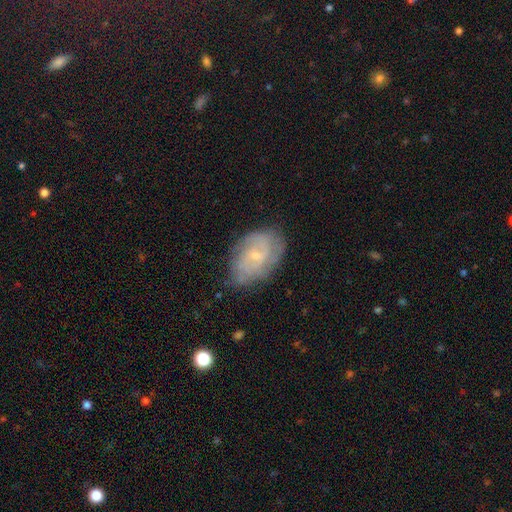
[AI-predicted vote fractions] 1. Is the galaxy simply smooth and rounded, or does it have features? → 67% featured or disk, 25% smooth, 8% star or artifact.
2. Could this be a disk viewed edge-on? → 96% no, 4% yes.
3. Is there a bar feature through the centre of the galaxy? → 64% no, 31% weak, 4% strong.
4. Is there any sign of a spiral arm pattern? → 85% yes, 15% no.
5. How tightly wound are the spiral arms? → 50% tight, 37% medium, 14% loose.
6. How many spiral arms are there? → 43% can't tell, 30% 2, 13% 3, 6% 4, 4% 1, 4% more than 4.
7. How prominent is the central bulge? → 73% small, 22% moderate, 4% none, 1% large, 1% dominant.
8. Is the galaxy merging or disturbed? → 69% none, 23% minor disturbance, 7% major disturbance, 1% merger.